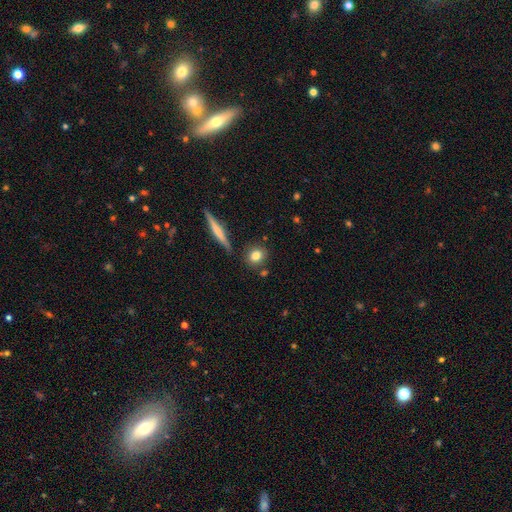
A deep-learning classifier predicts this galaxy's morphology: A smooth galaxy with no disk features (78%) that is round (70%). Merging: none (81%).